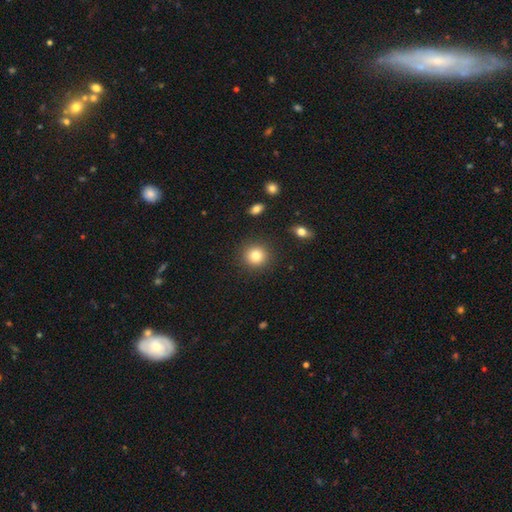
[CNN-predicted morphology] Overall: smooth (82%). How rounded: round (92%). Merging: none (90%).